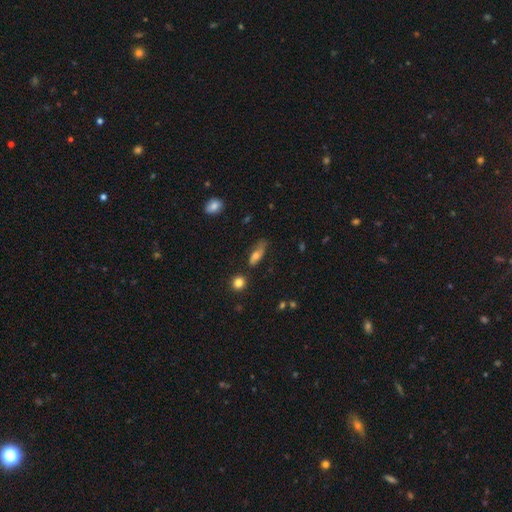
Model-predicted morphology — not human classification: Smooth or featured?
  - smooth: 64% *
  - featured or disk: 27%
  - star or artifact: 9%
How rounded?
  - in between: 72% *
  - cigar-shaped: 23%
  - round: 5%
Merging?
  - none: 47% *
  - minor disturbance: 33%
  - major disturbance: 16%
  - merger: 4%